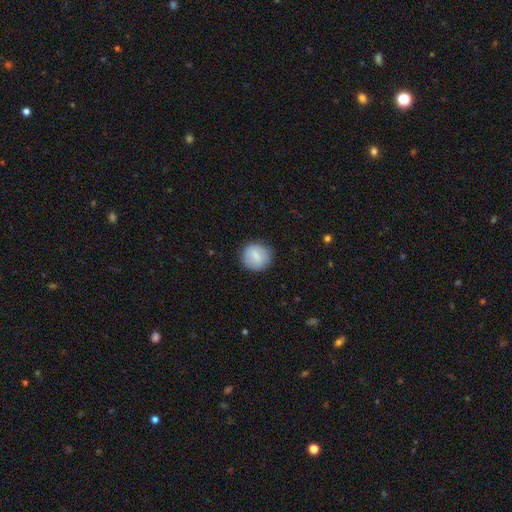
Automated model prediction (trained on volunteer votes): smooth 74%, featured or disk 19%, star or artifact 7%. Down the decision tree: how rounded — round (86%); merging — none (84%).